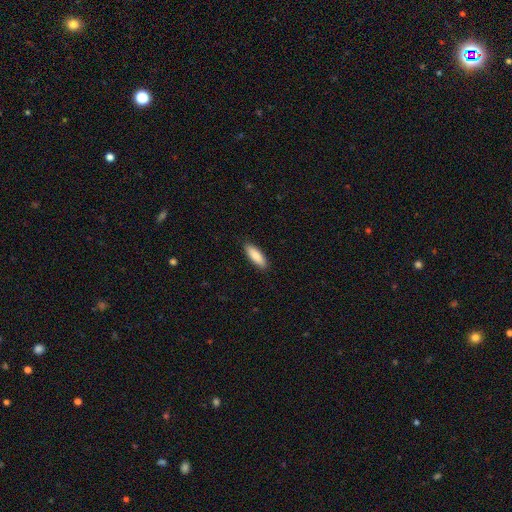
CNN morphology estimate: type=smooth (87%); roundness=in between (58%); merging=none (89%).